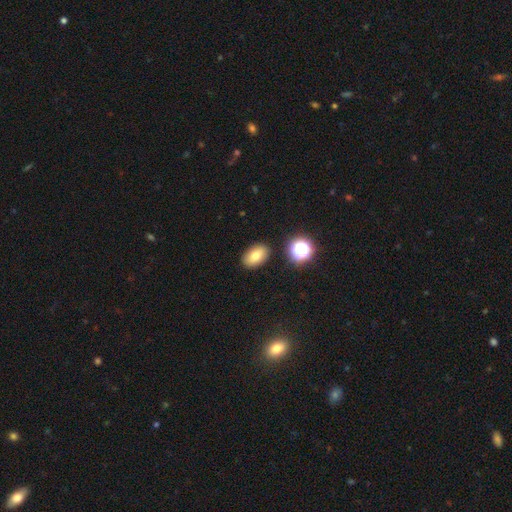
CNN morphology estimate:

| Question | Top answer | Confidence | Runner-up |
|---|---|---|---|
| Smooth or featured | smooth | 76% | featured or disk (12%) |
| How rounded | in between | 87% | round (11%) |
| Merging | none | 87% | minor disturbance (8%) |